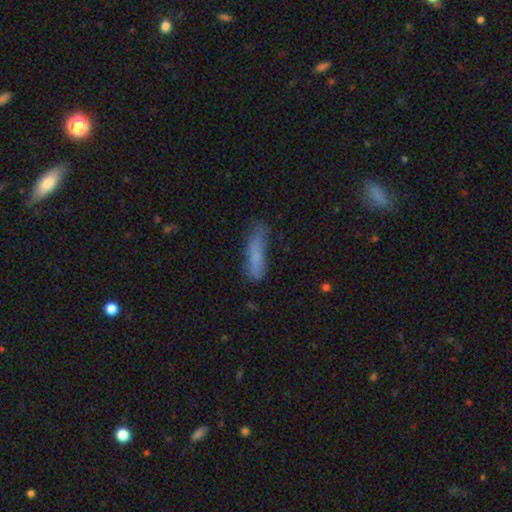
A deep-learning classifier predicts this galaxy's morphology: Smooth or featured: smooth — 76% (featured or disk — 16%)
How rounded: cigar-shaped — 77% (in between — 21%)
Merging: none — 61% (minor disturbance — 27%)